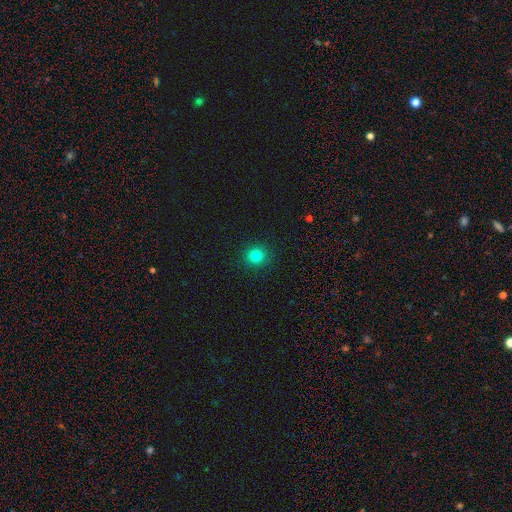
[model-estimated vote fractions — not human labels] A smooth galaxy with no disk features (81%) that is round (93%).

Vote fractions:
- Smooth or featured? smooth: 81% / star or artifact: 14% / featured or disk: 5%
- How rounded? round: 93% / in between: 6% / cigar-shaped: 1%
- Merging? none: 92% / minor disturbance: 5% / major disturbance: 2% / merger: 1%